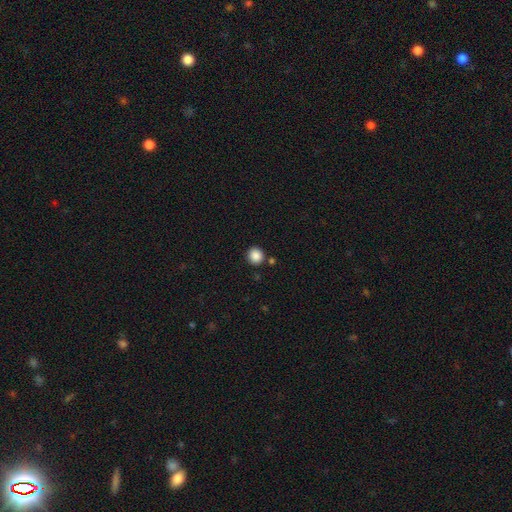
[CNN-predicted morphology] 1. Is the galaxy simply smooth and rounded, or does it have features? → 87% smooth, 10% star or artifact, 3% featured or disk.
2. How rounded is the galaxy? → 92% round, 7% in between, 1% cigar-shaped.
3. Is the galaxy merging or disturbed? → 86% none, 7% minor disturbance, 5% merger, 2% major disturbance.